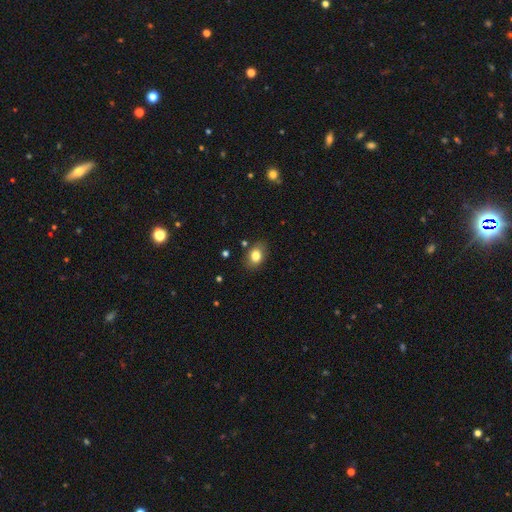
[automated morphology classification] A smooth galaxy with no disk features (81%) that is in between round and cigar-shaped (74%). Merging: none (82%).